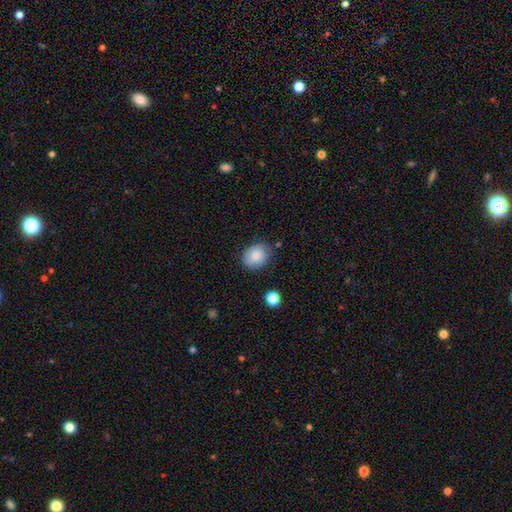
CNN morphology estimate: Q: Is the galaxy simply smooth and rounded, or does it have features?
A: smooth — 81%.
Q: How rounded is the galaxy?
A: round — 50%.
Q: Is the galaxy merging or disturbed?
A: none — 76%.